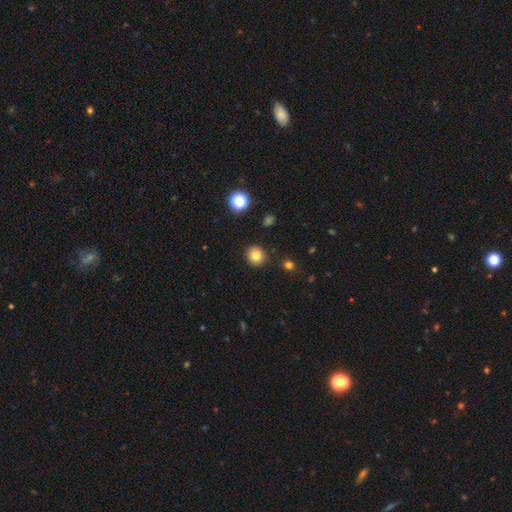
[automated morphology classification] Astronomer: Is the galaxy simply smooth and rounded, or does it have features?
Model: smooth — 81%.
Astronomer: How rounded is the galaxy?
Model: round — 89%.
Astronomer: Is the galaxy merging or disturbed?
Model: none — 90%.